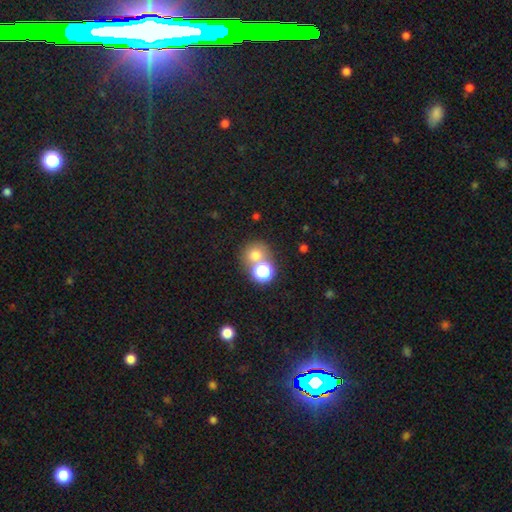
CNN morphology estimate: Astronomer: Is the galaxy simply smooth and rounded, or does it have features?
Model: smooth — 69%.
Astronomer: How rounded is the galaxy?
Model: round — 81%.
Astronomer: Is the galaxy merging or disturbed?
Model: none — 52% (runner-up: merger, 35%).